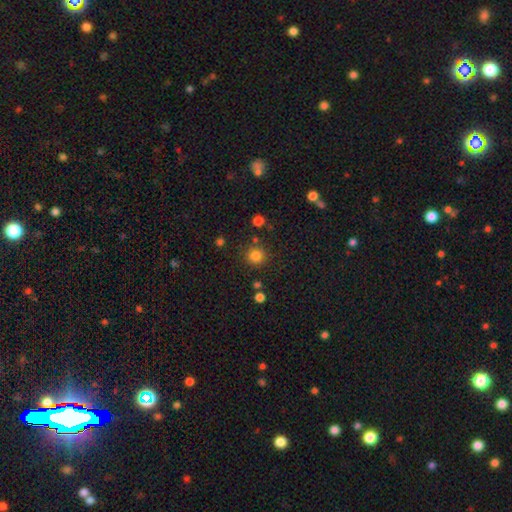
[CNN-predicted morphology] The model was most divided on "smooth or featured": smooth: 82%, star or artifact: 13%, featured or disk: 5%. More confident: how rounded — round (93%); merging — none (85%).